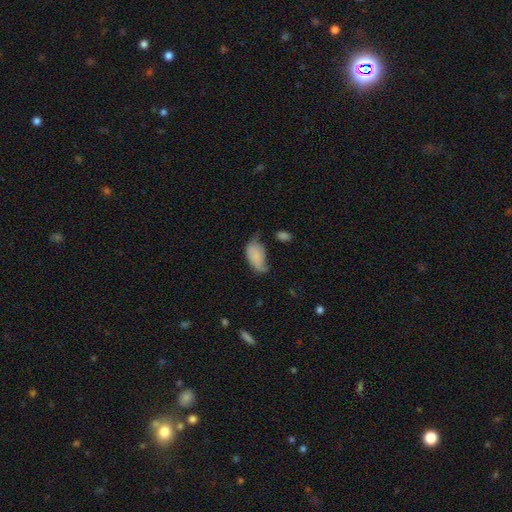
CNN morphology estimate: Smooth or featured? smooth (72%)
How rounded? in between (93%)
Merging? minor disturbance (40%)